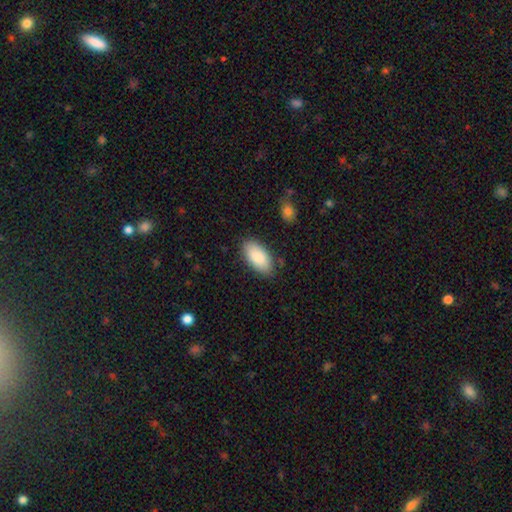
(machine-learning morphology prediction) smooth-or-featured: smooth: 88% | featured or disk: 6% | star or artifact: 6%
  how-rounded: in between: 93% | cigar-shaped: 4% | round: 2%
  merging: none: 85% | minor disturbance: 11% | major disturbance: 3% | merger: 1%